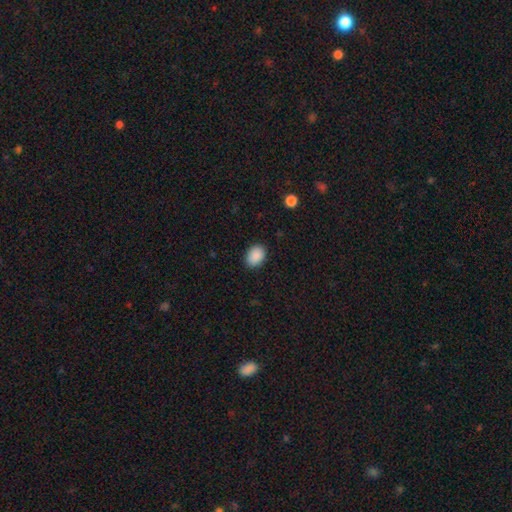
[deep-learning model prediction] Smooth or featured? Predicted: smooth (p=0.90). How rounded? Predicted: in between (p=0.73). Merging? Predicted: none (p=0.88).